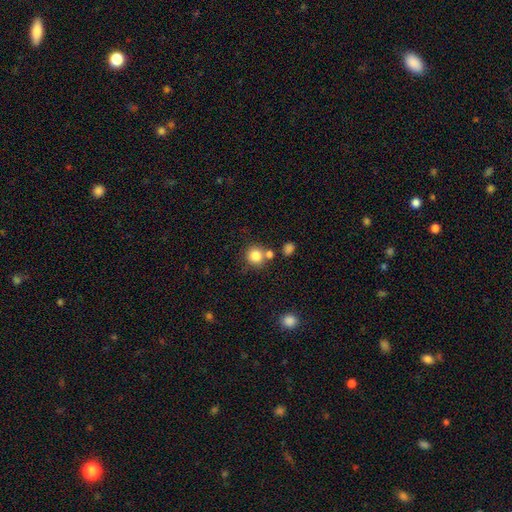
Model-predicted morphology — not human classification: type=smooth (83%); roundness=round (90%); merging=none (67%).